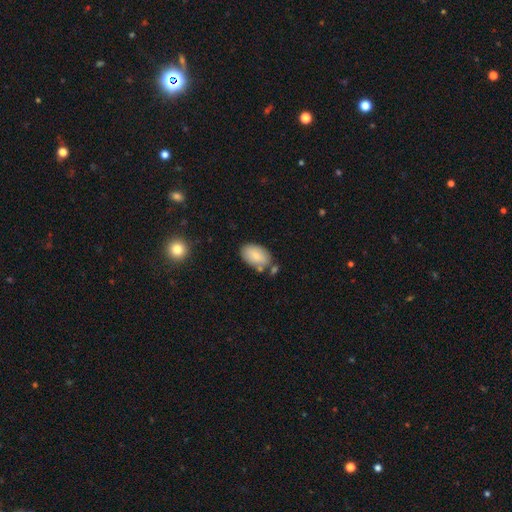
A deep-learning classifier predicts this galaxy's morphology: Smooth or featured? Predicted: smooth (p=0.83). How rounded? Predicted: in between (p=0.93). Merging? Predicted: none (p=0.68).